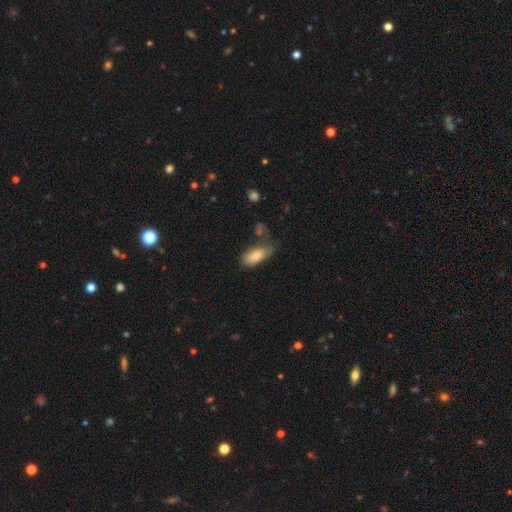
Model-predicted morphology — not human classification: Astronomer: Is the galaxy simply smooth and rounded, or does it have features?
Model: smooth — 79%.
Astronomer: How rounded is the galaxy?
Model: in between — 86%.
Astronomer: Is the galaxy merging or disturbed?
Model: none — 54%.